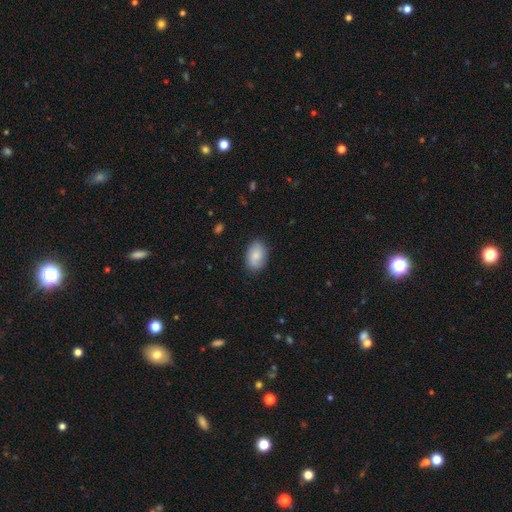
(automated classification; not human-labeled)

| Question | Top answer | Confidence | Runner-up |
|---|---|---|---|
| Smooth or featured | smooth | 82% | featured or disk (11%) |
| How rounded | in between | 88% | round (11%) |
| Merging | none | 83% | minor disturbance (14%) |